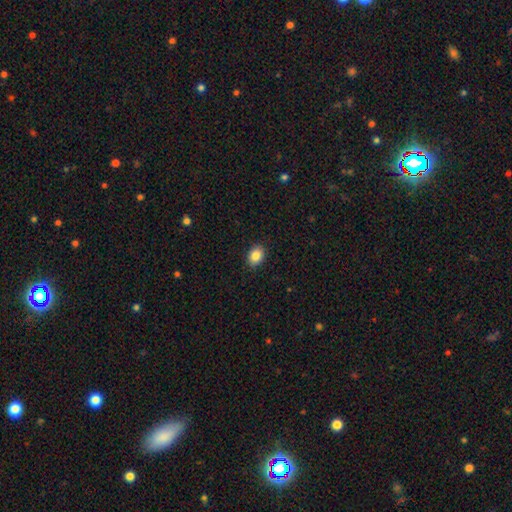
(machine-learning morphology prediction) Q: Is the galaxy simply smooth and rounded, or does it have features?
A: smooth — 86%.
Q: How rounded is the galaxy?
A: in between — 70%.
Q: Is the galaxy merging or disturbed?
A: none — 89%.